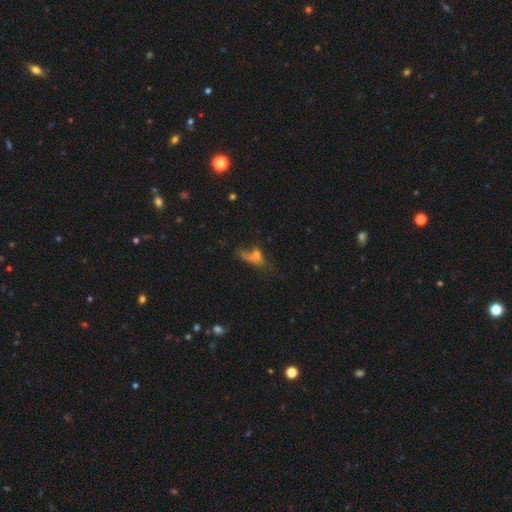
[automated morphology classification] Smooth or featured?
  - smooth: 53% *
  - featured or disk: 29%
  - star or artifact: 18%
How rounded?
  - in between: 57% *
  - cigar-shaped: 28%
  - round: 14%
Merging?
  - none: 32% * (tied)
  - major disturbance: 32% * (tied)
  - minor disturbance: 22%
  - merger: 14%